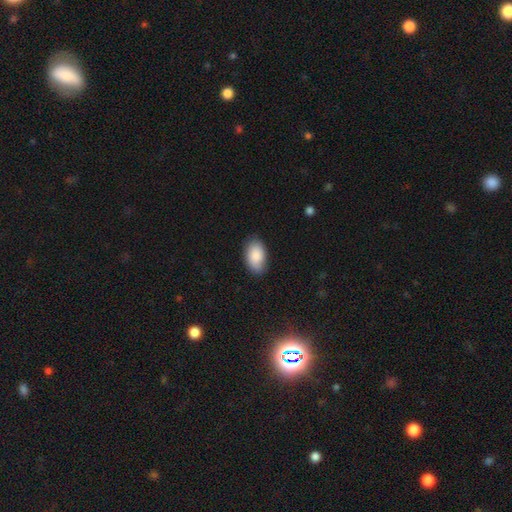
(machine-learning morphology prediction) Smooth or featured? smooth (87%)
How rounded? in between (94%)
Merging? none (82%)